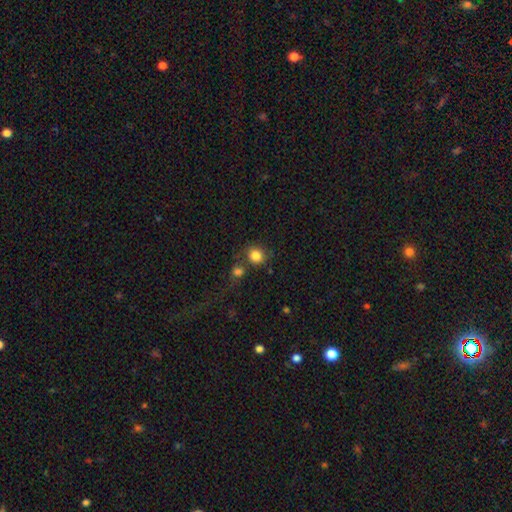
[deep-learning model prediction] A smooth galaxy with no disk features (84%) that is round (82%).

Vote fractions:
- Smooth or featured? smooth: 84% / star or artifact: 10% / featured or disk: 6%
- How rounded? round: 82% / in between: 17% / cigar-shaped: 1%
- Merging? none: 64% / merger: 20% / minor disturbance: 11% / major disturbance: 5%